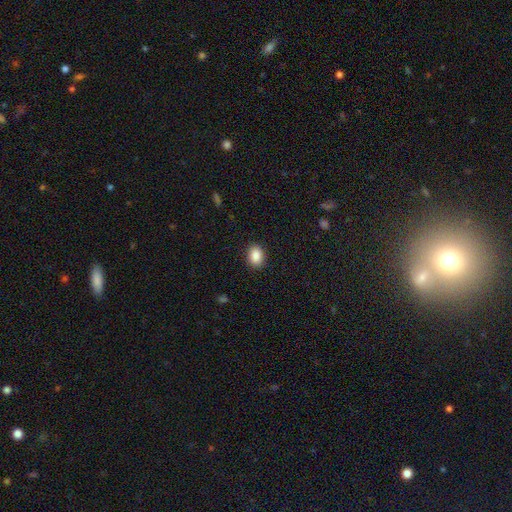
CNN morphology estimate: Q: Smooth or featured?
A: smooth (89%); runner-up: star or artifact (8%)
Q: How rounded?
A: in between (72%); runner-up: round (27%)
Q: Merging?
A: none (89%); runner-up: minor disturbance (8%)